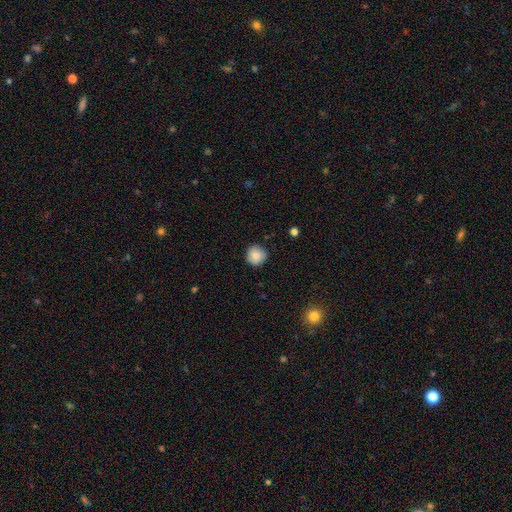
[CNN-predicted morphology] Smooth or featured: smooth — 86% (star or artifact — 8%)
How rounded: round — 94% (in between — 5%)
Merging: none — 88% (minor disturbance — 9%)